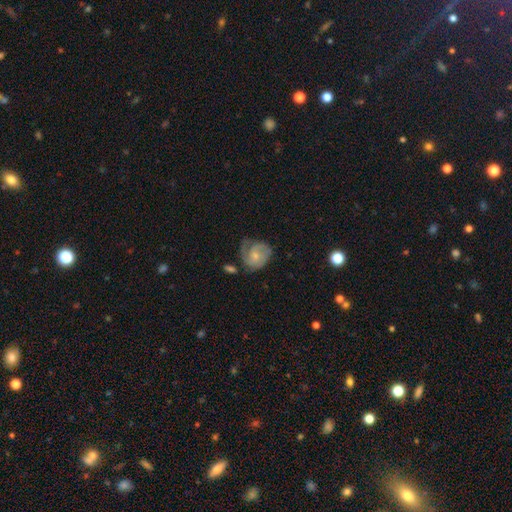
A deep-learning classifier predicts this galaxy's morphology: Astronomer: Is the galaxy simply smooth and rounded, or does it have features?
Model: featured or disk — 68%.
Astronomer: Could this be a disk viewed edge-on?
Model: no — 98%.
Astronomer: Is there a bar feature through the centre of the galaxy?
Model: no — 73%.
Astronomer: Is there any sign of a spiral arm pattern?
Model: yes — 90%.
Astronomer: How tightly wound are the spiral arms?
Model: tight — 48% (runner-up: medium, 38%).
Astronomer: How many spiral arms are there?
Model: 2 — 39% (runner-up: can't tell, 21%).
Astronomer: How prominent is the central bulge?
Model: small — 58% (runner-up: moderate, 35%).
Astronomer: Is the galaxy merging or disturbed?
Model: none — 51% (runner-up: minor disturbance, 27%).